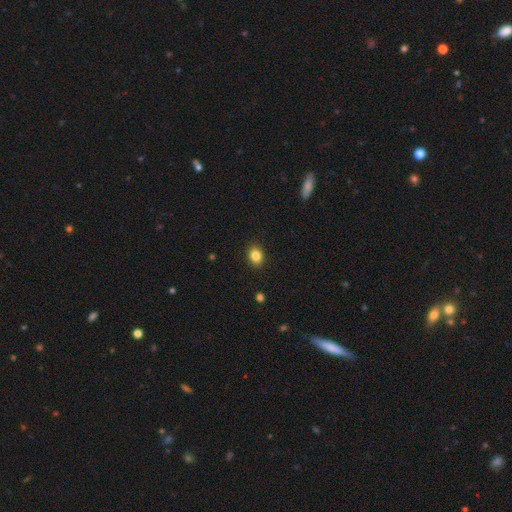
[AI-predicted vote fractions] A smooth galaxy with no disk features (85%) that is in between round and cigar-shaped (61%).

Vote fractions:
- Smooth or featured? smooth: 85% / star or artifact: 10% / featured or disk: 5%
- How rounded? in between: 61% / round: 38% / cigar-shaped: 1%
- Merging? none: 90% / minor disturbance: 7% / major disturbance: 2% / merger: 1%